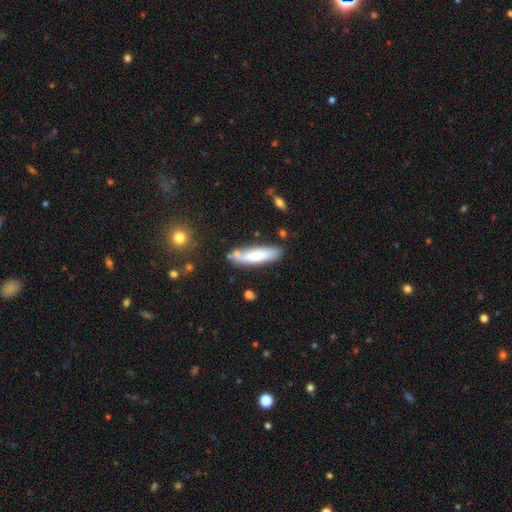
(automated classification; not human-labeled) Smooth or featured?
  - smooth: 73% *
  - featured or disk: 21%
  - star or artifact: 6%
How rounded?
  - cigar-shaped: 72% *
  - in between: 27%
  - round: 1%
Merging?
  - none: 72% *
  - minor disturbance: 18%
  - merger: 7%
  - major disturbance: 4%